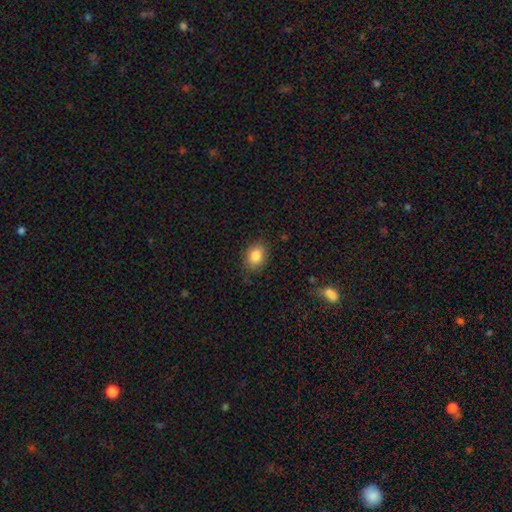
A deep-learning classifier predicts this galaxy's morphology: Smooth or featured: smooth — 84% (star or artifact — 9%)
How rounded: in between — 60% (round — 39%)
Merging: none — 82% (minor disturbance — 14%)